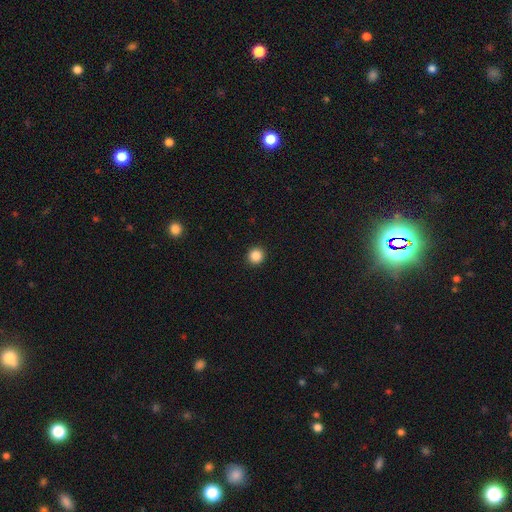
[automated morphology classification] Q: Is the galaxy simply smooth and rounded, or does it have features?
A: smooth — 87%.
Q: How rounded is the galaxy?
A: round — 95%.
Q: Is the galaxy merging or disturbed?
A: none — 93%.